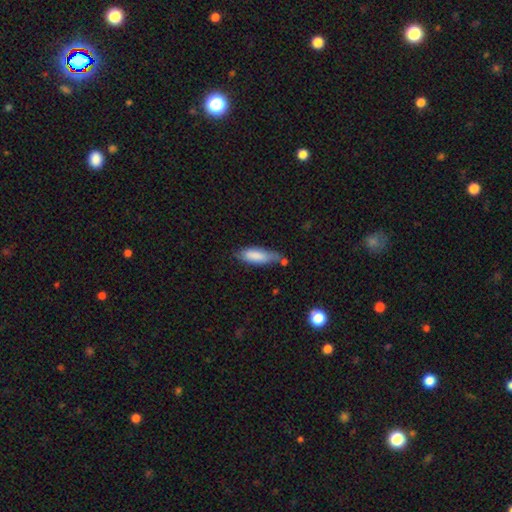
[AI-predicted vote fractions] Q: Smooth or featured?
A: smooth (81%); runner-up: featured or disk (12%)
Q: How rounded?
A: in between (58%); runner-up: cigar-shaped (41%)
Q: Merging?
A: none (49%); runner-up: minor disturbance (33%)